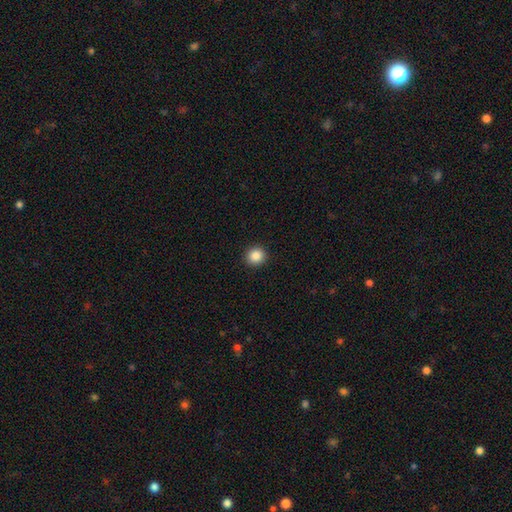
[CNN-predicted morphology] smooth_or_featured: smooth (p=0.87) [alt: star or artifact p=0.10]
how_rounded: round (p=0.90) [alt: in between p=0.09]
merging: none (p=0.93) [alt: minor disturbance p=0.05]